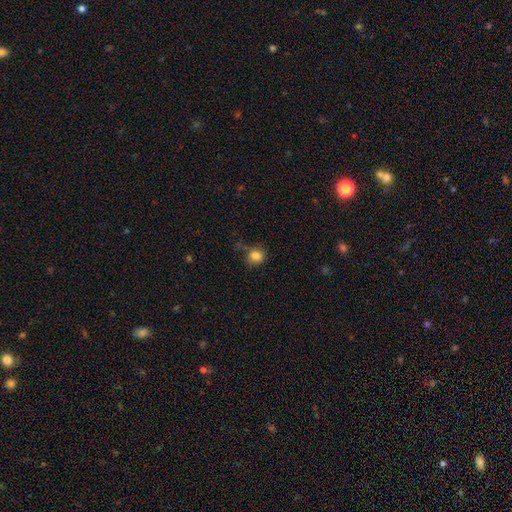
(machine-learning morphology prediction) The model was most divided on "merging": none: 67%, minor disturbance: 22%, major disturbance: 7%, merger: 4%. More confident: smooth or featured — smooth (83%); how rounded — round (81%).